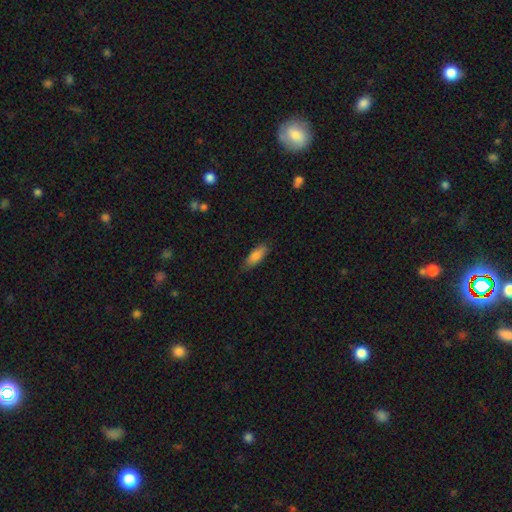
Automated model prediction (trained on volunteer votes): Smooth or featured: smooth — 83% (featured or disk — 10%)
How rounded: in between — 63% (cigar-shaped — 35%)
Merging: none — 81% (minor disturbance — 15%)